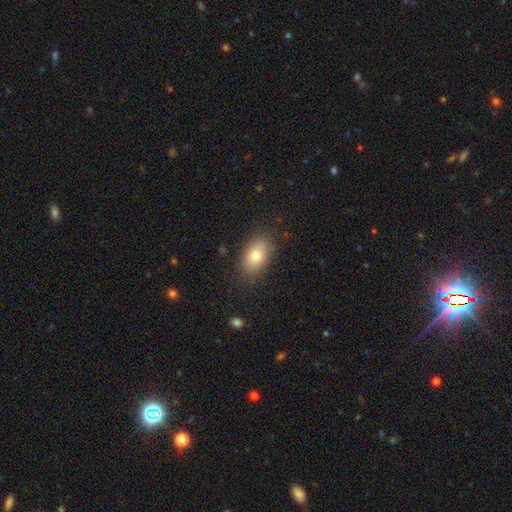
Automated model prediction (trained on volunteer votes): Q: Smooth or featured?
A: smooth (77%); runner-up: featured or disk (15%)
Q: How rounded?
A: in between (88%); runner-up: round (10%)
Q: Merging?
A: none (83%); runner-up: minor disturbance (12%)